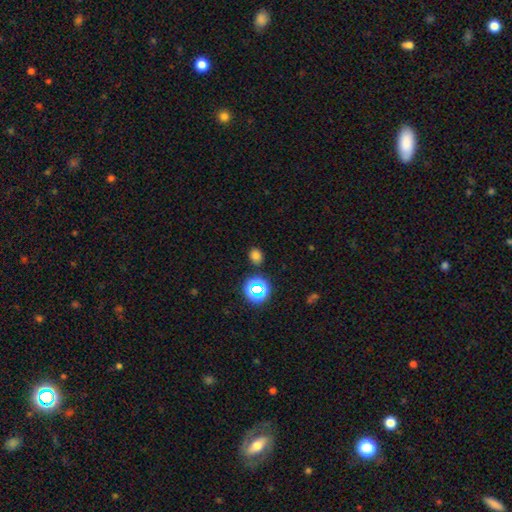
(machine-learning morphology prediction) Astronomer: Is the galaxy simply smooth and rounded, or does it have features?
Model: smooth — 72%.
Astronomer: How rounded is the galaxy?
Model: round — 59% (runner-up: in between, 40%).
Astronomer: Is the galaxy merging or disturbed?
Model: none — 85%.